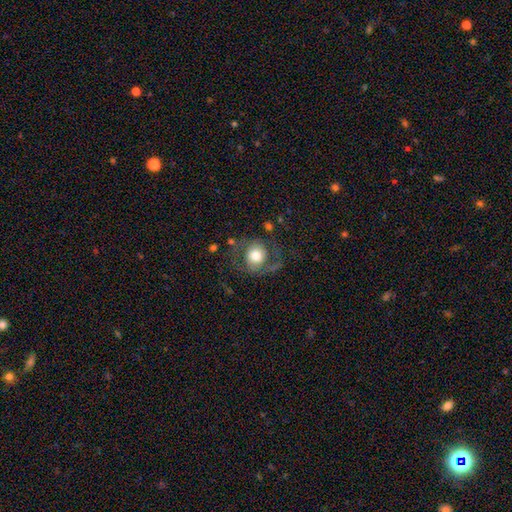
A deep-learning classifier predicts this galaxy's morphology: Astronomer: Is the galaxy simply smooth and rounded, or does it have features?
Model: featured or disk — 52% (runner-up: smooth, 40%).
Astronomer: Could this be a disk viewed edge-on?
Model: no — 97%.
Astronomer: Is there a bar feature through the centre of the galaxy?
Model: no — 76%.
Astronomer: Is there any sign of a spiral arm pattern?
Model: yes — 75%.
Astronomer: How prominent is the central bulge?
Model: moderate — 48% (runner-up: large, 38%).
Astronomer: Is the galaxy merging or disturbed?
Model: none — 62%.